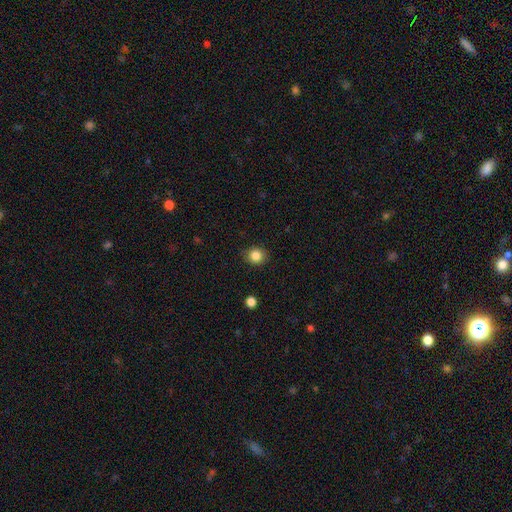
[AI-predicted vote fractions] Smooth or featured? smooth (85%)
How rounded? round (82%)
Merging? none (87%)